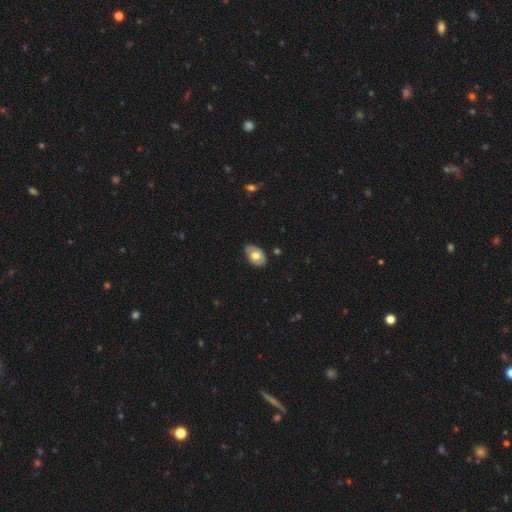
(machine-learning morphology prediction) type=smooth (57%); roundness=in between (84%); merging=none (75%).